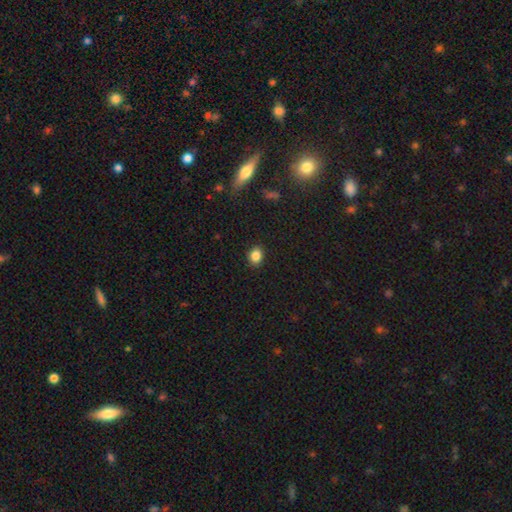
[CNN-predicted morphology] This is clearly a smooth galaxy (85%). How rounded: possibly in between (53%). Merging: clearly none (90%).